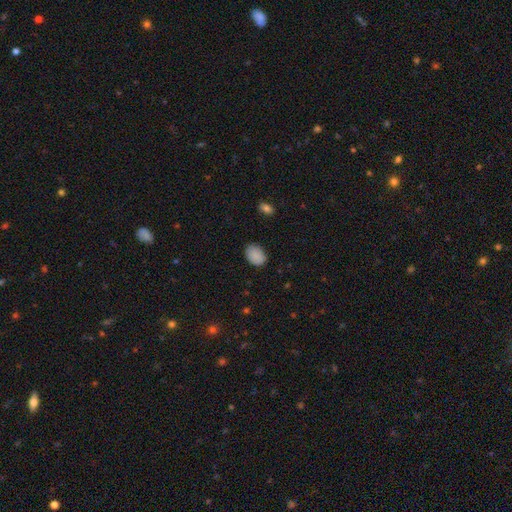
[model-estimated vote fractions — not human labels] This is clearly a smooth galaxy (88%). How rounded: likely in between (75%). Merging: clearly none (83%).